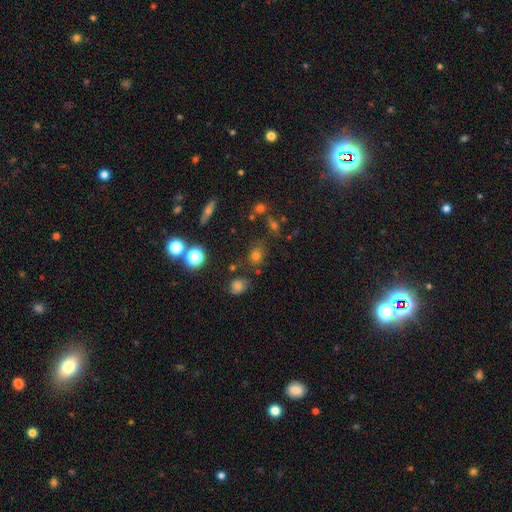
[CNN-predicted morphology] A smooth galaxy with no disk features (64%) that is round (59%).

Vote fractions:
- Smooth or featured? smooth: 64% / star or artifact: 26% / featured or disk: 10%
- How rounded? round: 59% / in between: 39% / cigar-shaped: 2%
- Merging? none: 76% / minor disturbance: 14% / merger: 6% / major disturbance: 5%